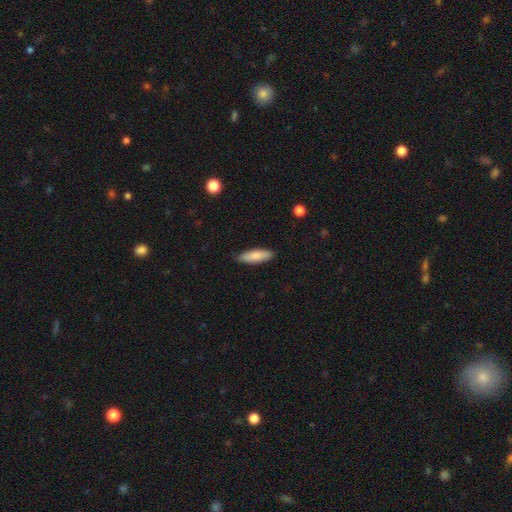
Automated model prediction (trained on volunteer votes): This appears to be a smooth galaxy with no disk features (83%) that is cigar-shaped (51%). Merging: none (88%).